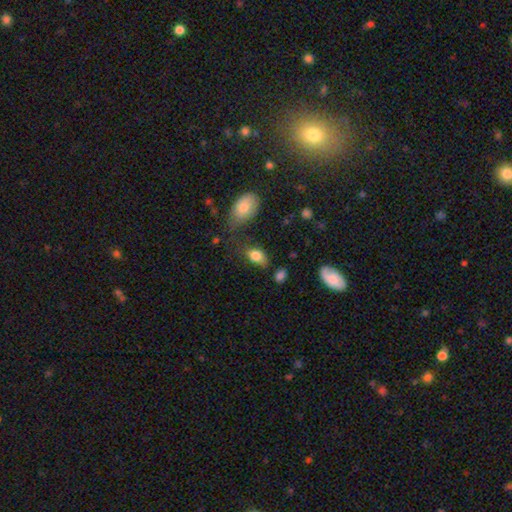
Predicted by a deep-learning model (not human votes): Q: Smooth or featured?
A: smooth (82%); runner-up: featured or disk (9%)
Q: How rounded?
A: in between (86%); runner-up: round (12%)
Q: Merging?
A: none (52%); runner-up: minor disturbance (28%)